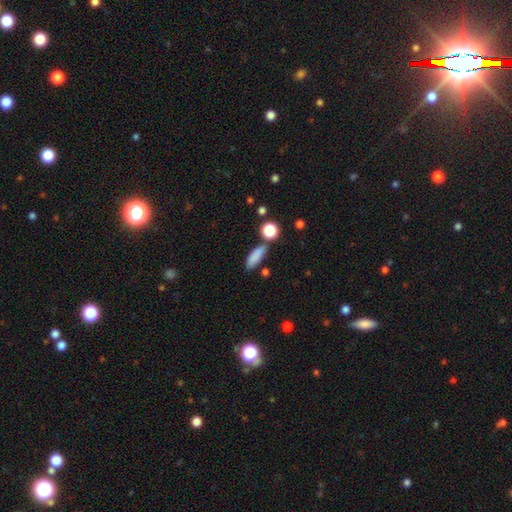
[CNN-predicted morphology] Smooth or featured? Predicted: smooth (p=0.84). How rounded? Predicted: in between (p=0.55). Merging? Predicted: none (p=0.72).